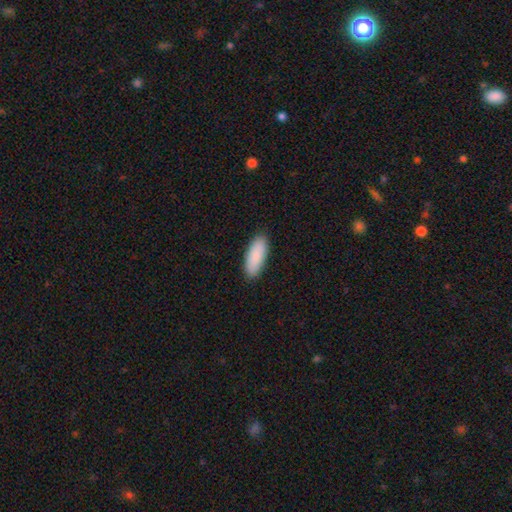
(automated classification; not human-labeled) smooth-or-featured: smooth: 90% | star or artifact: 6% | featured or disk: 4%
  how-rounded: in between: 76% | cigar-shaped: 22% | round: 2%
  merging: none: 90% | minor disturbance: 7% | major disturbance: 2% | merger: 1%